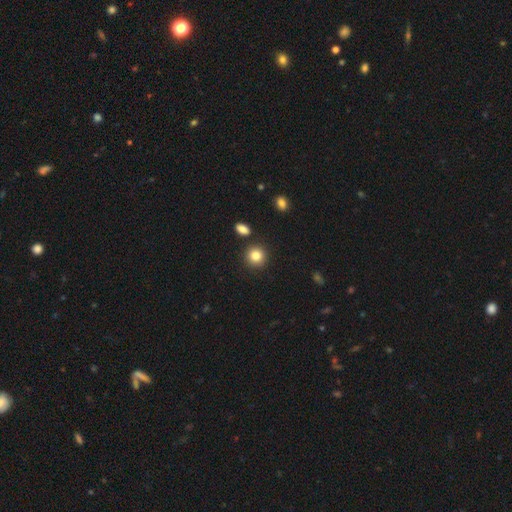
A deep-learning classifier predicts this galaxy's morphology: Overall: smooth (84%). How rounded: round (90%). Merging: none (87%).